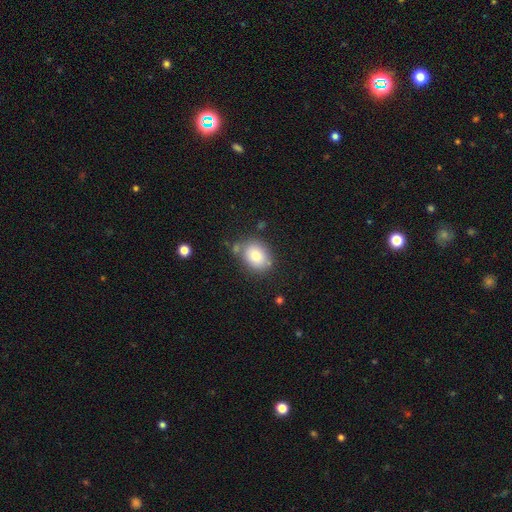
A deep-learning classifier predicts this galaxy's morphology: smooth 79%, featured or disk 12%, star or artifact 9%. Down the decision tree: how rounded — in between (58%); merging — none (73%).